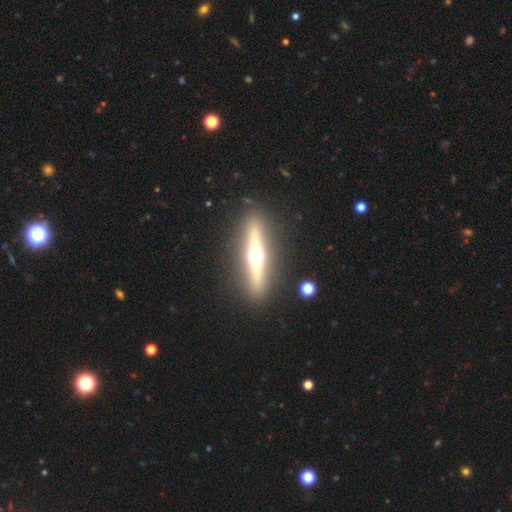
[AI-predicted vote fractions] A featured or disk galaxy (73%) viewed edge-on (94%) with a rounded central bulge (96%). Merging: none (88%).